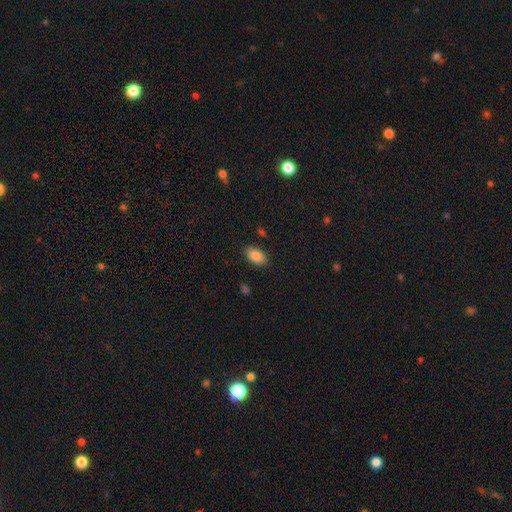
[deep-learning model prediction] smooth-or-featured: smooth: 86% | star or artifact: 8% | featured or disk: 6%
  how-rounded: in between: 92% | round: 6% | cigar-shaped: 2%
  merging: none: 86% | minor disturbance: 10% | major disturbance: 3% | merger: 2%